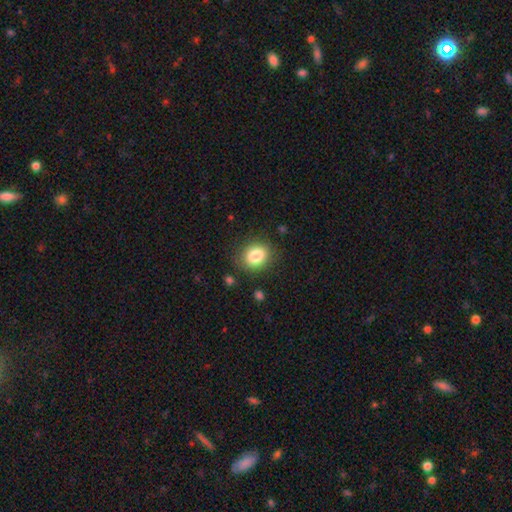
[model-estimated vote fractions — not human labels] Smooth or featured? smooth (84%)
How rounded? round (55%)
Merging? none (83%)